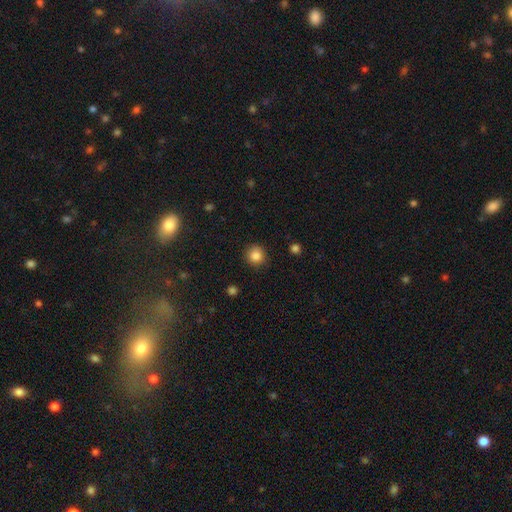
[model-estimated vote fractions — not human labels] Morphology: type=smooth (85%); roundness=round (93%); merging=none (89%).